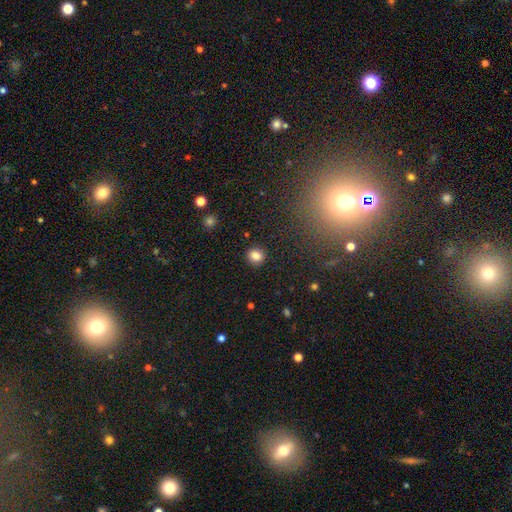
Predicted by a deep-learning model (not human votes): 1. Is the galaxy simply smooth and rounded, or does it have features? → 84% smooth, 11% star or artifact, 5% featured or disk.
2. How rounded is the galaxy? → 82% round, 17% in between, 1% cigar-shaped.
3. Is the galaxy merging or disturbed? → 90% none, 6% minor disturbance, 2% major disturbance, 1% merger.